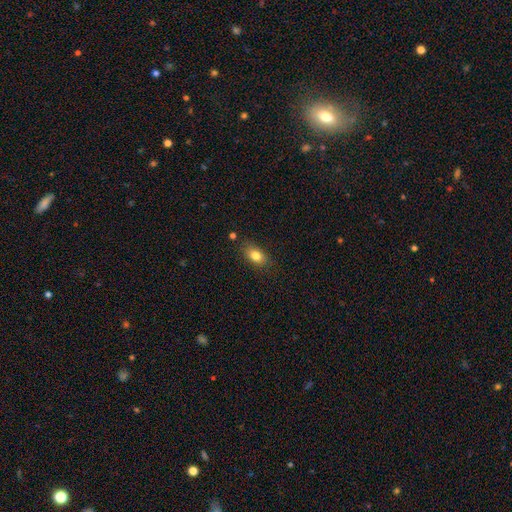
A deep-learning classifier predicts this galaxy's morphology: The model was most divided on "merging": none: 80%, minor disturbance: 14%, major disturbance: 3%, merger: 2%. More confident: how rounded — in between (82%); smooth or featured — smooth (81%).